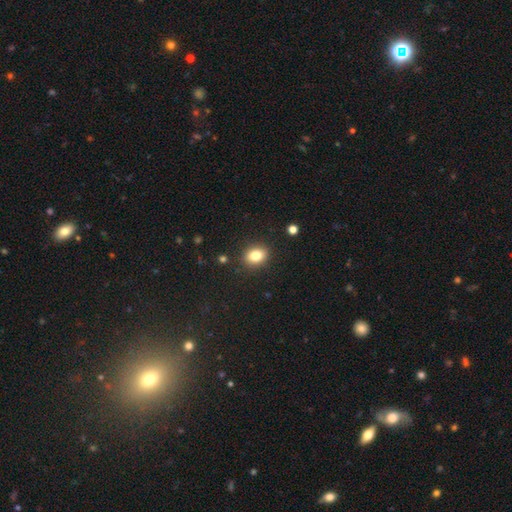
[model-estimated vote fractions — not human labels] Smooth or featured: smooth — 82% (star or artifact — 10%)
How rounded: in between — 53% (round — 46%)
Merging: none — 88% (minor disturbance — 8%)